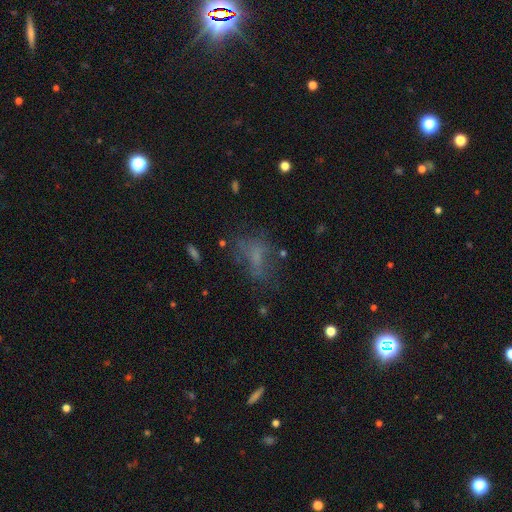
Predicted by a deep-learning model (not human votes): Morphology: type=smooth (48%); merging=none (49%).